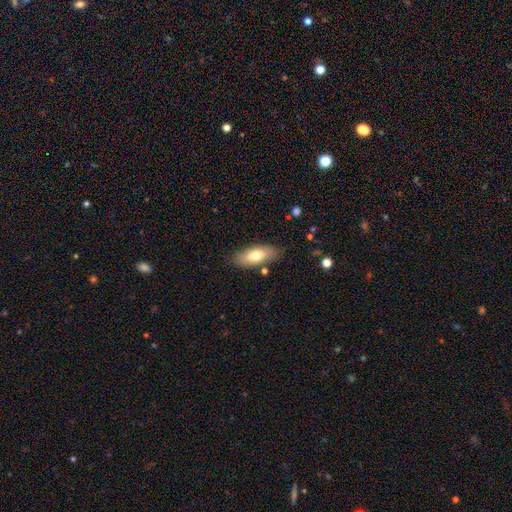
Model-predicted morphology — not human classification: A smooth galaxy with no disk features (71%) that is in between round and cigar-shaped (81%). Merging: none (82%).